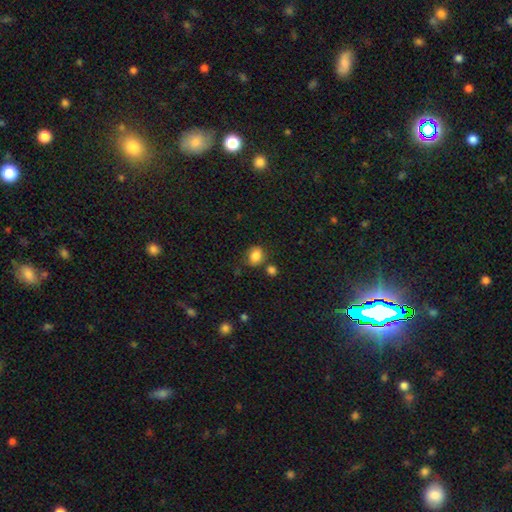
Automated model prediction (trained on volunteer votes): smooth 85%, star or artifact 10%, featured or disk 5%. Down the decision tree: how rounded — round (50%); merging — none (70%).